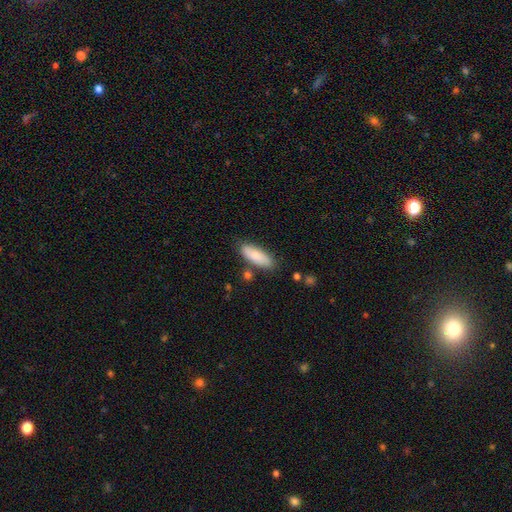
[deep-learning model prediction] A smooth galaxy with no disk features (81%) that is in between round and cigar-shaped (69%). Merging: none (79%).